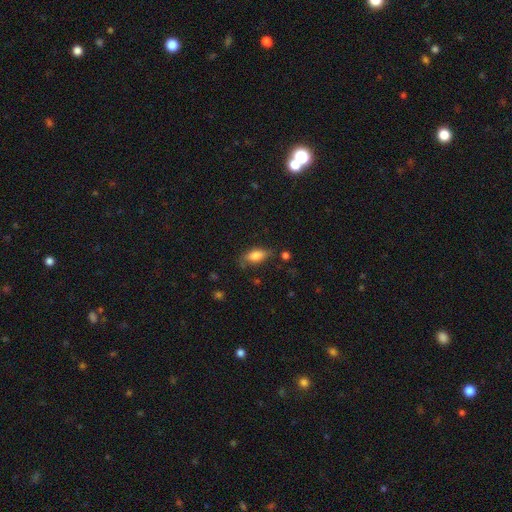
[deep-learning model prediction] Q: Smooth or featured?
A: smooth (77%); runner-up: featured or disk (15%)
Q: How rounded?
A: in between (82%); runner-up: cigar-shaped (14%)
Q: Merging?
A: none (70%); runner-up: minor disturbance (21%)